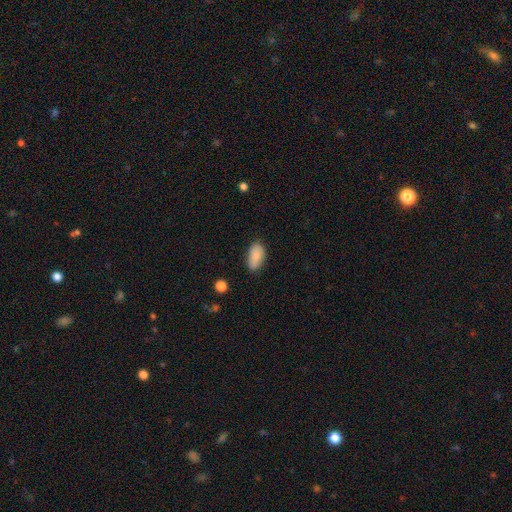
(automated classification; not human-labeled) smooth_or_featured: smooth (p=0.84) [alt: featured or disk p=0.09]
how_rounded: in between (p=0.93) [alt: round p=0.04]
merging: none (p=0.78) [alt: minor disturbance p=0.17]